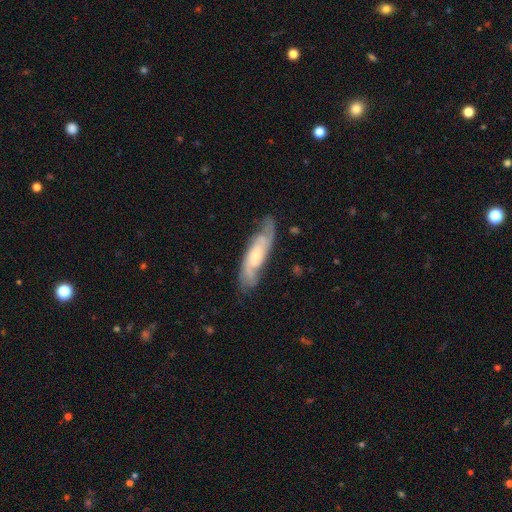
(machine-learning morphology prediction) Q: Smooth or featured?
A: featured or disk (78%); runner-up: smooth (17%)
Q: Edge-on disk?
A: no (82%); runner-up: yes (18%)
Q: Bar?
A: no (62%); runner-up: weak (29%)
Q: Spiral arms?
A: yes (95%); runner-up: no (5%)
Q: Spiral winding?
A: medium (44%); runner-up: tight (41%)
Q: Spiral arm count?
A: 2 (59%); runner-up: can't tell (20%)
Q: Bulge size?
A: small (59%); runner-up: moderate (31%)
Q: Merging?
A: none (73%); runner-up: minor disturbance (19%)